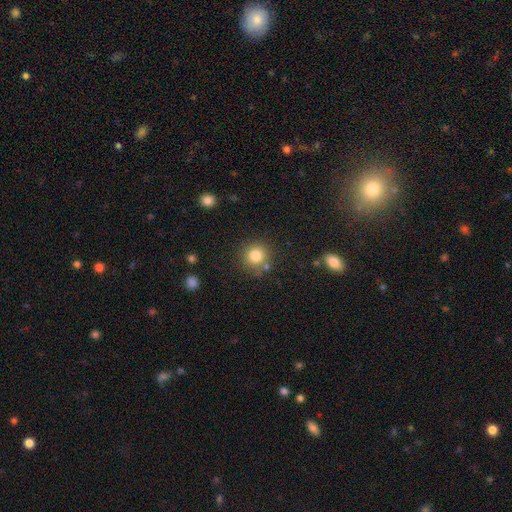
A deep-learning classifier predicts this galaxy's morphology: A smooth galaxy with no disk features (82%) that is round (92%). Merging: none (78%).